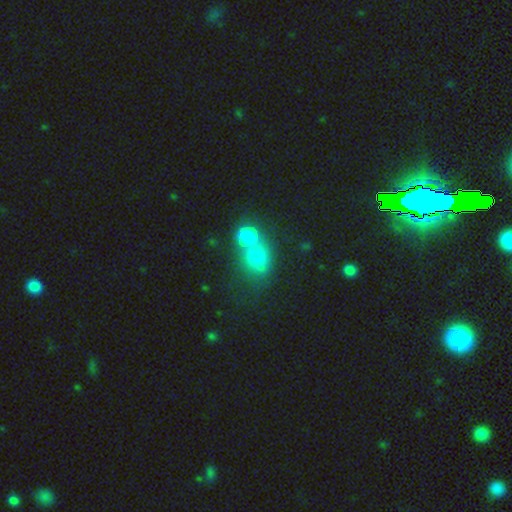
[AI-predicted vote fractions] Smooth or featured?
  - smooth: 75% *
  - star or artifact: 12%
  - featured or disk: 12%
How rounded?
  - round: 70% *
  - in between: 28%
  - cigar-shaped: 1%
Merging?
  - merger: 56% *
  - none: 29%
  - minor disturbance: 9%
  - major disturbance: 6%